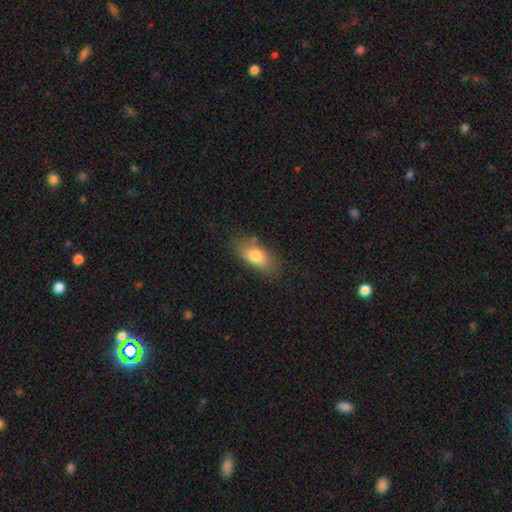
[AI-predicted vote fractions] A smooth galaxy with no disk features (78%) that is in between round and cigar-shaped (86%).

Vote fractions:
- Smooth or featured? smooth: 78% / featured or disk: 14% / star or artifact: 7%
- How rounded? in between: 86% / cigar-shaped: 10% / round: 4%
- Merging? none: 74% / minor disturbance: 18% / major disturbance: 5% / merger: 3%